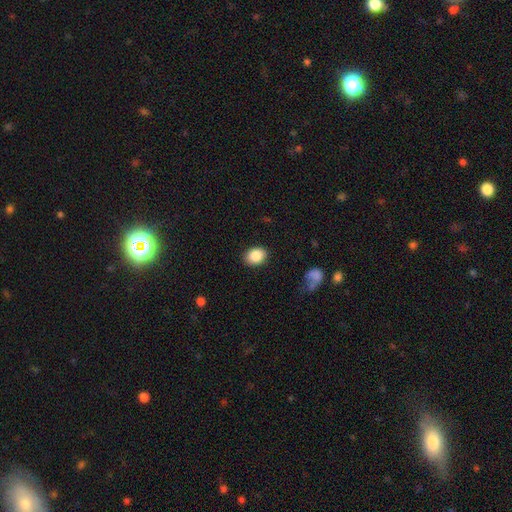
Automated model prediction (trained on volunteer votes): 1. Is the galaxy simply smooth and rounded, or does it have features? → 87% smooth, 8% star or artifact, 5% featured or disk.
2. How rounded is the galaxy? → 63% in between, 36% round, 1% cigar-shaped.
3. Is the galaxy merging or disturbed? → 87% none, 9% minor disturbance, 3% major disturbance, 1% merger.